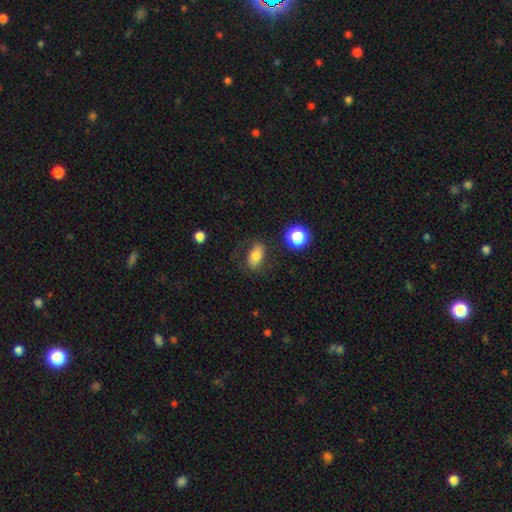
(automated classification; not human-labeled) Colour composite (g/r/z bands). It shows a smooth galaxy with no disk features (70%) that is in between round and cigar-shaped (83%). Merging: none (72%).